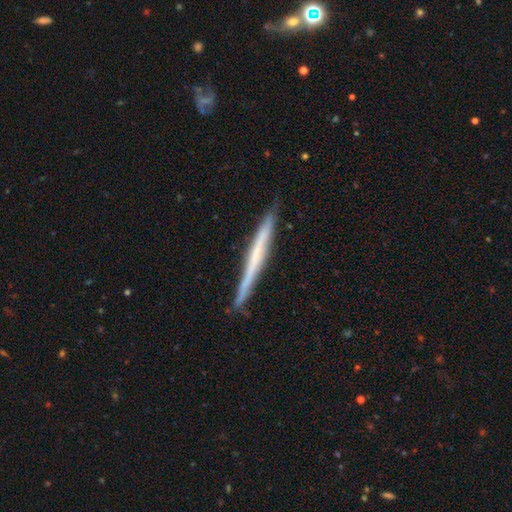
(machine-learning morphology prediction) smooth-or-featured: featured or disk: 58% | smooth: 36% | star or artifact: 6%
  disk-edge-on: yes: 97% | no: 3%
    edge-on-bulge: none: 82% | rounded: 12% | boxy: 7%
  merging: none: 88% | minor disturbance: 9% | major disturbance: 1% | merger: 1%